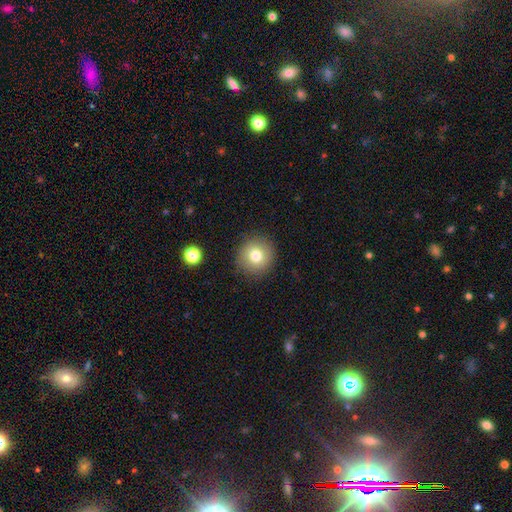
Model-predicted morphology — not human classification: smooth_or_featured: smooth (p=0.77) [alt: featured or disk p=0.12]
how_rounded: round (p=0.93) [alt: in between p=0.06]
merging: none (p=0.89) [alt: minor disturbance p=0.07]